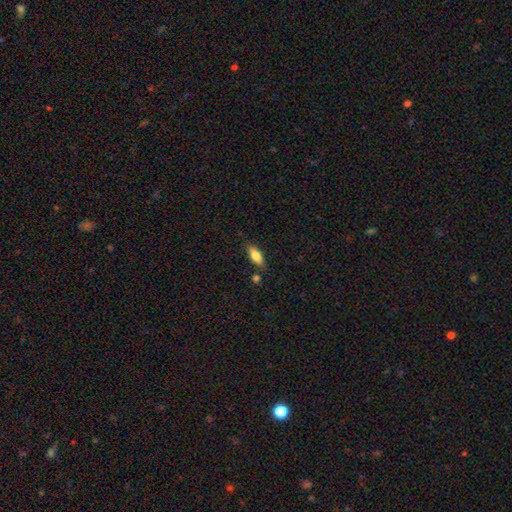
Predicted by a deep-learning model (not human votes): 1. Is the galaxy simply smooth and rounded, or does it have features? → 75% smooth, 18% featured or disk, 7% star or artifact.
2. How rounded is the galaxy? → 74% in between, 23% cigar-shaped, 3% round.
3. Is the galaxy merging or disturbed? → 79% none, 14% minor disturbance, 5% merger, 3% major disturbance.